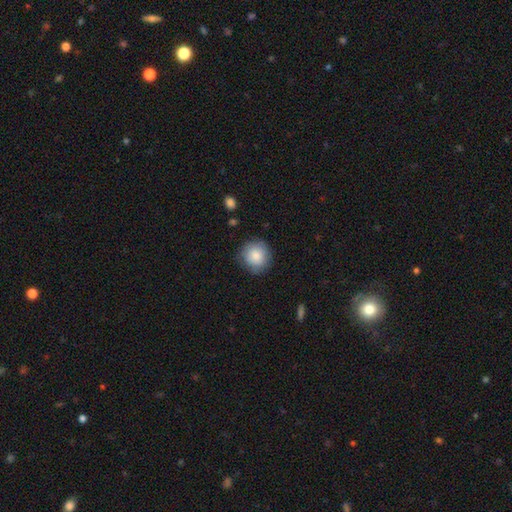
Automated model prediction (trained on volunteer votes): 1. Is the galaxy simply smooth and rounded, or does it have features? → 85% smooth, 8% featured or disk, 7% star or artifact.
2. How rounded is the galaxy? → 92% round, 7% in between, 1% cigar-shaped.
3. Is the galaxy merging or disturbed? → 84% none, 12% minor disturbance, 3% major disturbance, 1% merger.